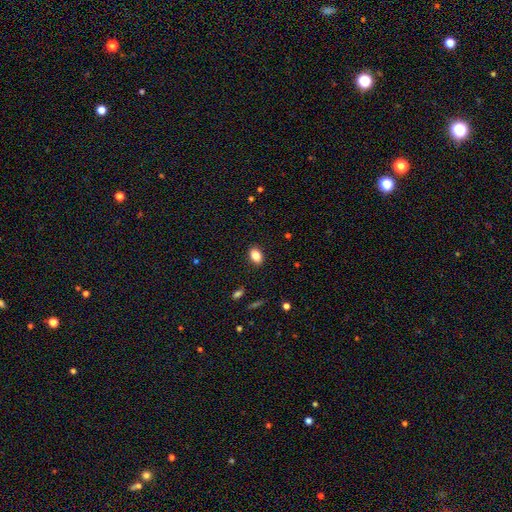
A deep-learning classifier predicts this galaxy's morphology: Overall: smooth (85%). How rounded: in between (84%). Merging: none (89%).